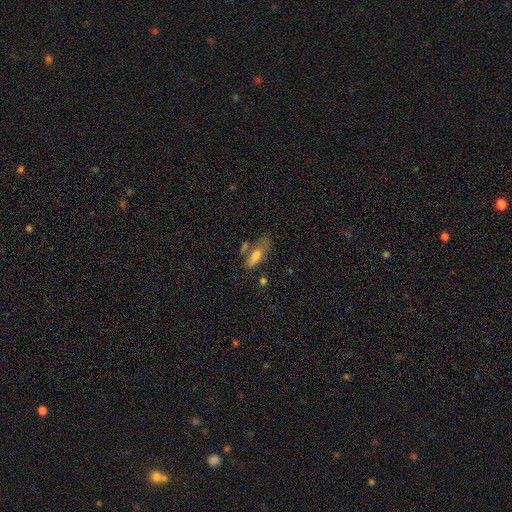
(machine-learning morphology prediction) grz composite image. It shows a smooth galaxy with no disk features (70%) that is in between round and cigar-shaped (73%). Merging: none (42%).